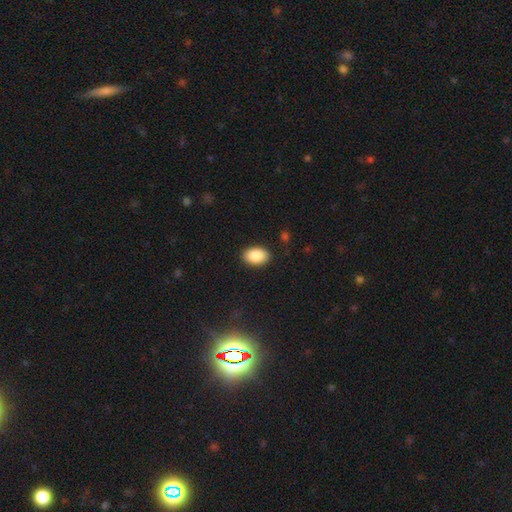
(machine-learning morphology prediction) Smooth or featured: smooth — 88% (star or artifact — 7%)
How rounded: in between — 89% (round — 10%)
Merging: none — 88% (minor disturbance — 9%)